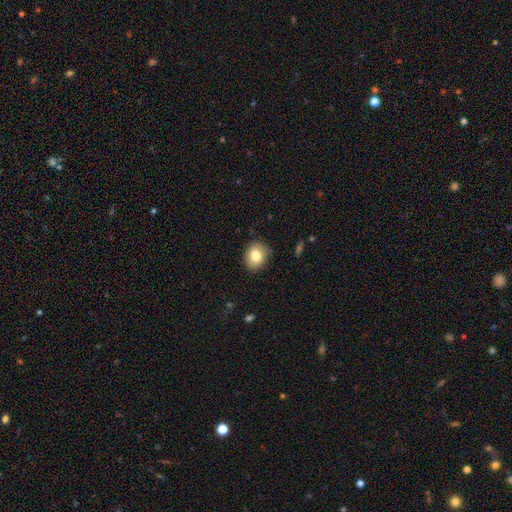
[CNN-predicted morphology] smooth-or-featured: smooth: 79% | featured or disk: 12% | star or artifact: 9%
  how-rounded: round: 57% | in between: 42% | cigar-shaped: 1%
  merging: none: 83% | minor disturbance: 13% | major disturbance: 3% | merger: 1%